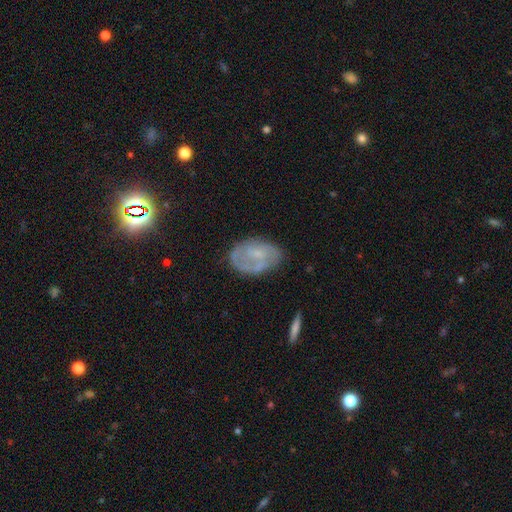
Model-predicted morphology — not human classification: Smooth or featured: featured or disk — 52% (smooth — 39%)
Edge-on disk: no — 95% (yes — 5%)
Merging: none — 60% (minor disturbance — 25%)